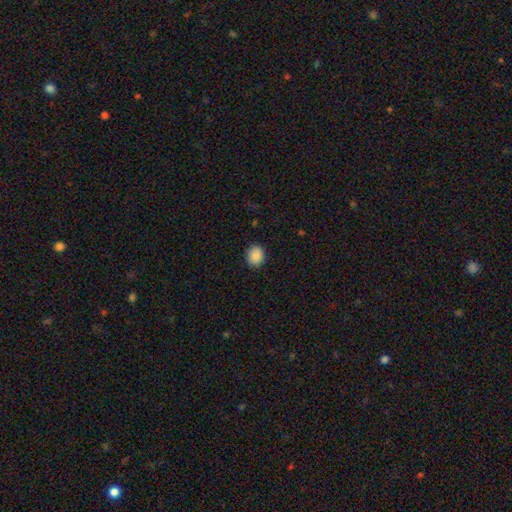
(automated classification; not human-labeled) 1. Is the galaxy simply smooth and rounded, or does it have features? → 89% smooth, 8% star or artifact, 3% featured or disk.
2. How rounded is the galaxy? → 68% round, 31% in between, 1% cigar-shaped.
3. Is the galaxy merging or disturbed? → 89% none, 8% minor disturbance, 2% major disturbance, 1% merger.